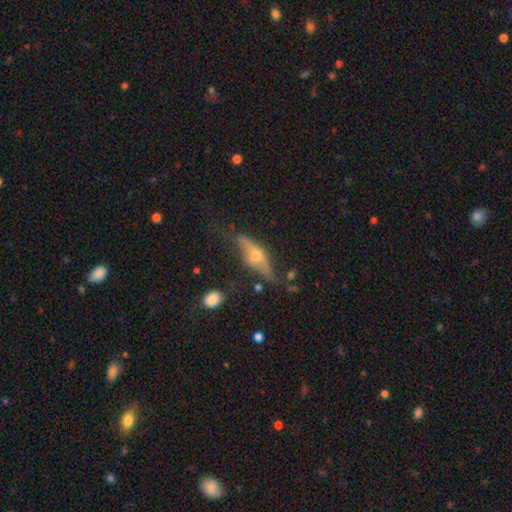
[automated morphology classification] Smooth or featured?
  - featured or disk: 72% *
  - smooth: 20%
  - star or artifact: 8%
Edge-on disk?
  - yes: 90% *
  - no: 10%
Edge-on bulge?
  - rounded: 94% *
  - boxy: 4%
  - none: 2%
Merging?
  - none: 70% *
  - minor disturbance: 19%
  - major disturbance: 7%
  - merger: 3%